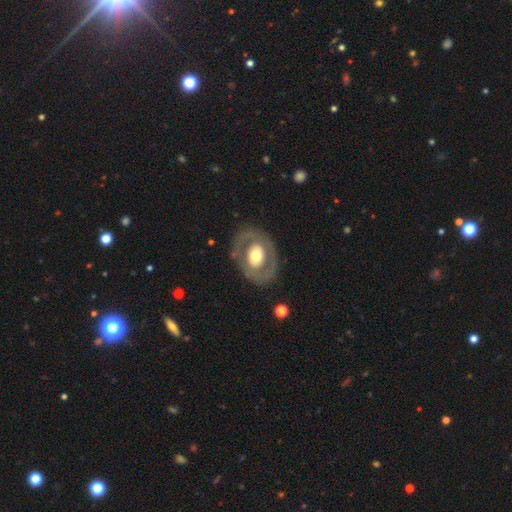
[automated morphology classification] featured or disk 58%, smooth 37%, star or artifact 5%. Down the decision tree: edge-on disk — no (94%); bar — no (76%); spiral arms — no (81%); bulge size — moderate (56%); merging — none (80%).